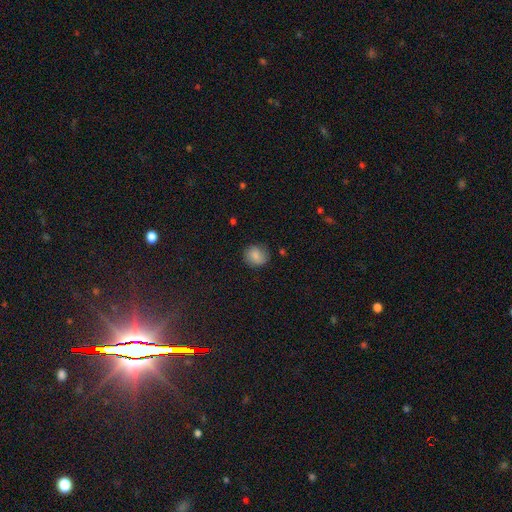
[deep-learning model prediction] Smooth or featured? smooth (82%)
How rounded? round (75%)
Merging? none (79%)